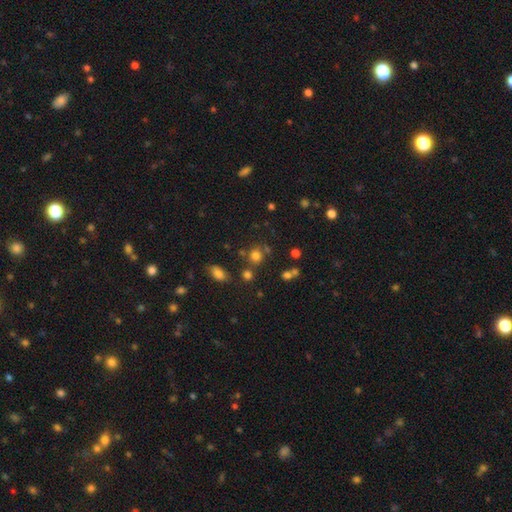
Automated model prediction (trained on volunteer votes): smooth-or-featured: smooth: 75% | star or artifact: 17% | featured or disk: 7%
  how-rounded: round: 84% | in between: 15% | cigar-shaped: 1%
  merging: none: 71% | merger: 14% | minor disturbance: 11% | major disturbance: 4%